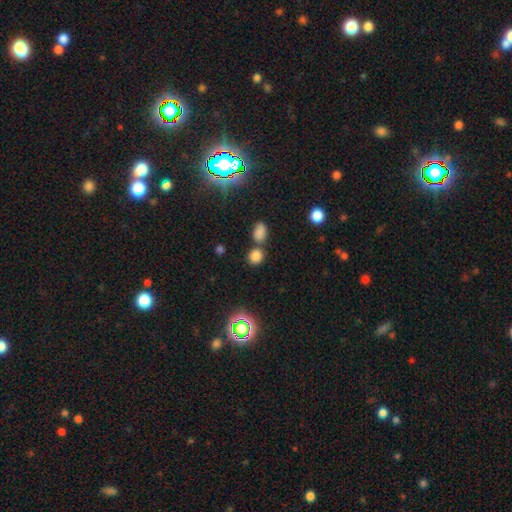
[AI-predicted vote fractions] Overall: smooth (77%). How rounded: round (73%). Merging: none (62%; merger 26%).